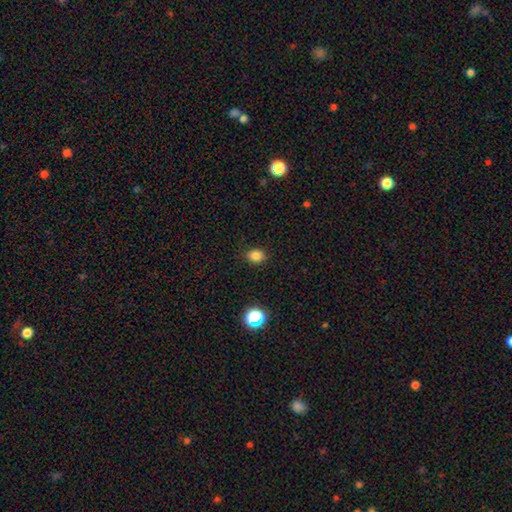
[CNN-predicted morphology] smooth-or-featured: smooth: 82% | star or artifact: 14% | featured or disk: 5%
  how-rounded: round: 53% | in between: 46% | cigar-shaped: 1%
  merging: none: 87% | minor disturbance: 9% | major disturbance: 2% | merger: 1%